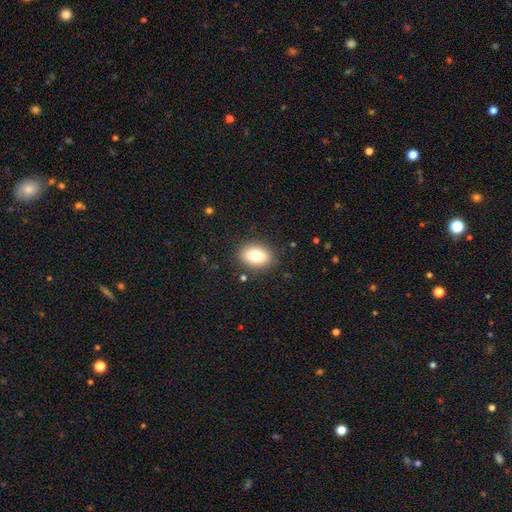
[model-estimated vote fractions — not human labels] This is likely a smooth galaxy (79%). How rounded: likely in between (78%). Merging: clearly none (86%).